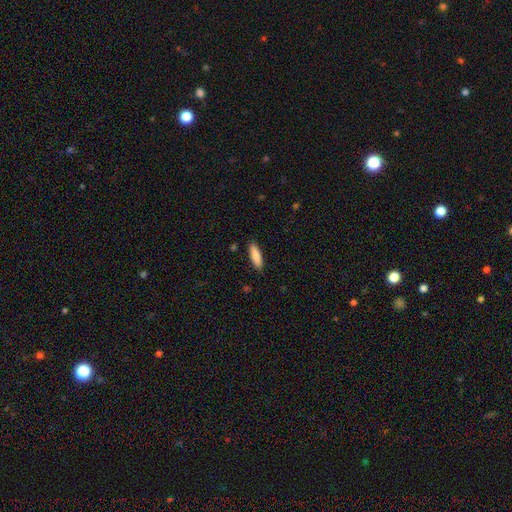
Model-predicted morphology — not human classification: smooth 86%, featured or disk 8%, star or artifact 6%. Down the decision tree: how rounded — cigar-shaped (56%); merging — none (89%).